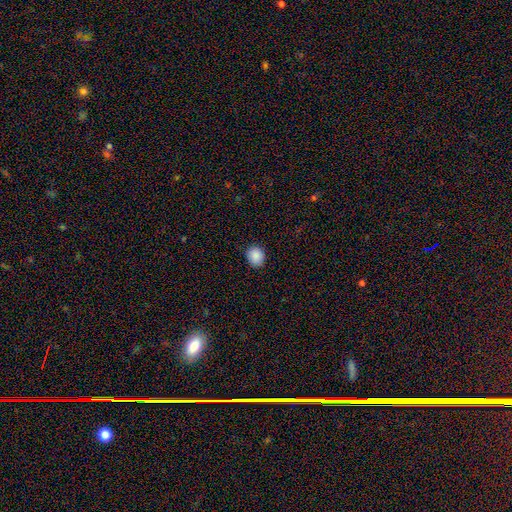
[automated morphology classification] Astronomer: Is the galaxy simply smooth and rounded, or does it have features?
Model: smooth — 89%.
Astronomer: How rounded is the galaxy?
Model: round — 66%.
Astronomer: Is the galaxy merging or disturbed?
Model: none — 88%.